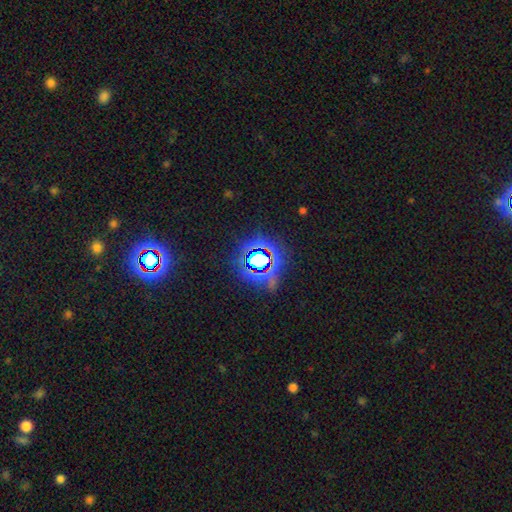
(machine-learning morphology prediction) Smooth or featured: star or artifact — 75% (smooth — 15%)